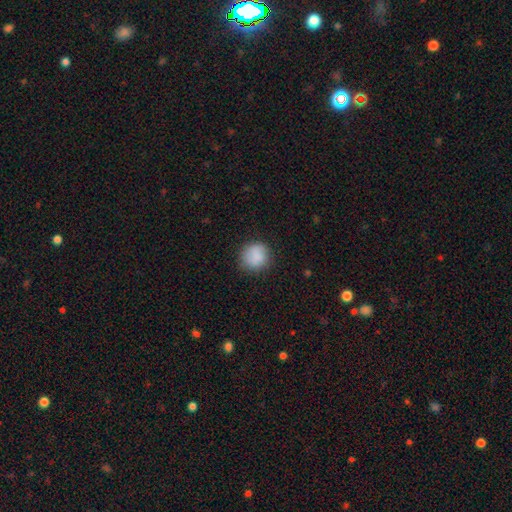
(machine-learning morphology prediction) A smooth galaxy with no disk features (85%) that is round (88%).

Vote fractions:
- Smooth or featured? smooth: 85% / star or artifact: 8% / featured or disk: 7%
- How rounded? round: 88% / in between: 11% / cigar-shaped: 1%
- Merging? none: 81% / minor disturbance: 14% / major disturbance: 4% / merger: 1%